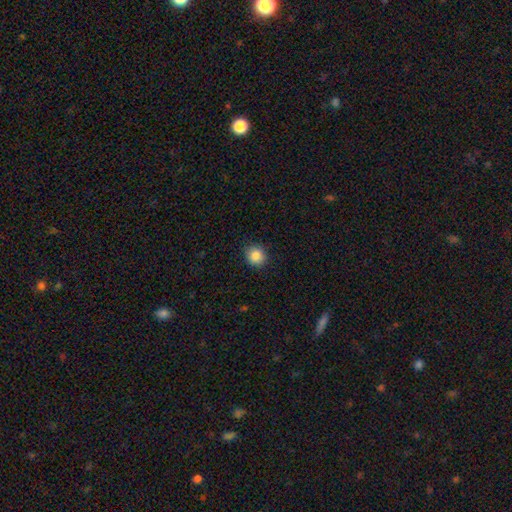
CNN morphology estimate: The model was most divided on "how rounded": round: 87%, in between: 12%, cigar-shaped: 1%. More confident: merging — none (90%); smooth or featured — smooth (86%).